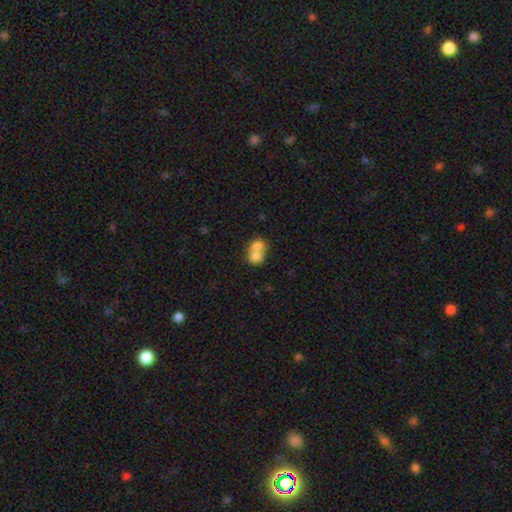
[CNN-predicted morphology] This appears to be a smooth galaxy with no disk features (73%) that is round (70%). Merging: merger (73%).